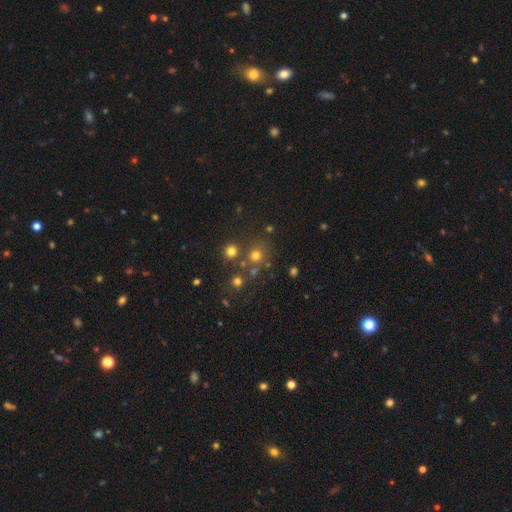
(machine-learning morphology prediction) This appears to be a smooth galaxy with no disk features (68%) that is round (88%). Merging: none (71%).